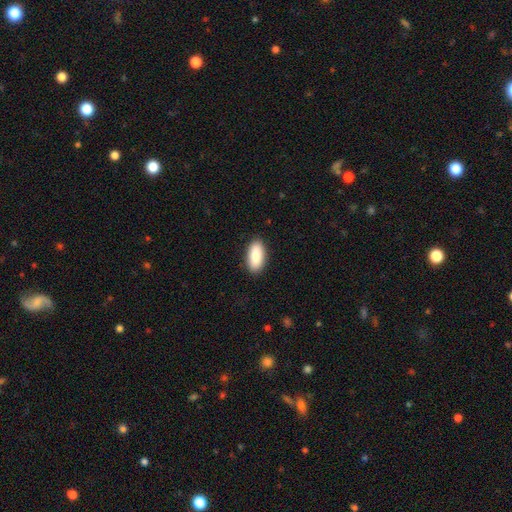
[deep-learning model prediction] Q: Smooth or featured?
A: smooth (88%); runner-up: featured or disk (6%)
Q: How rounded?
A: in between (88%); runner-up: cigar-shaped (10%)
Q: Merging?
A: none (89%); runner-up: minor disturbance (8%)